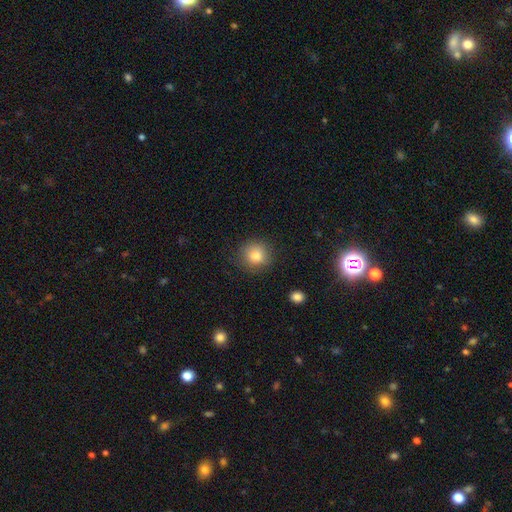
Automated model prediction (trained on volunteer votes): Overall: smooth (81%). How rounded: round (88%). Merging: none (85%).